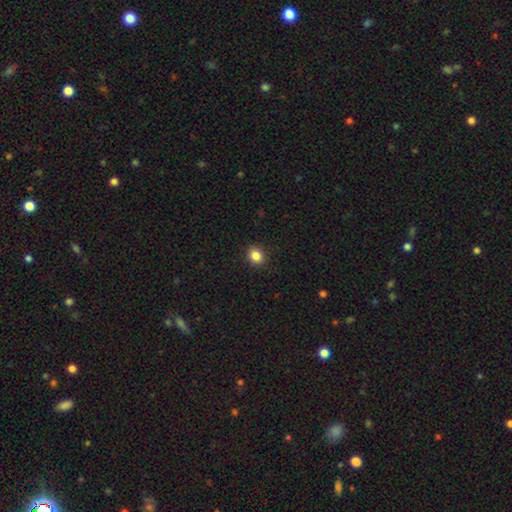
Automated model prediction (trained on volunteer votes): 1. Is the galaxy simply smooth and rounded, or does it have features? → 86% smooth, 10% star or artifact, 4% featured or disk.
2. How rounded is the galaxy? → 61% round, 38% in between, 1% cigar-shaped.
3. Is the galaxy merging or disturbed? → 90% none, 7% minor disturbance, 2% major disturbance, 1% merger.